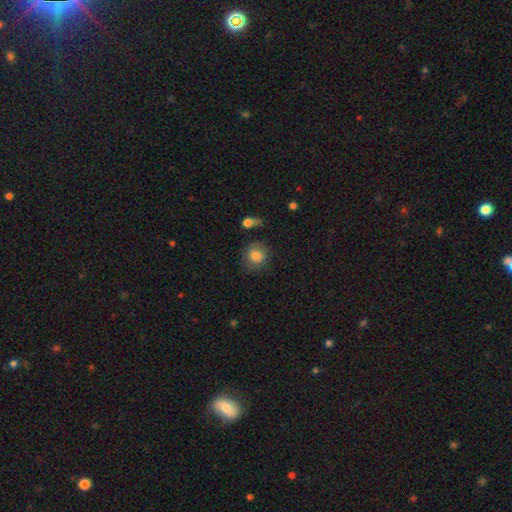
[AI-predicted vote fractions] This is clearly a smooth galaxy (81%). How rounded: likely round (76%). Merging: likely none (72%).